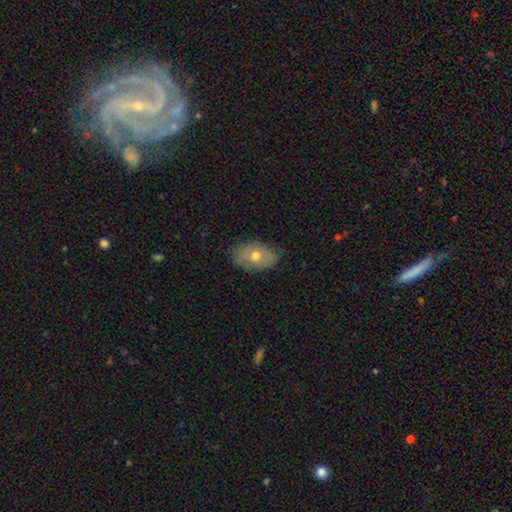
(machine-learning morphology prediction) A smooth galaxy with no disk features (61%) that is in between round and cigar-shaped (86%).

Vote fractions:
- Smooth or featured? smooth: 61% / featured or disk: 31% / star or artifact: 8%
- How rounded? in between: 86% / round: 13% / cigar-shaped: 2%
- Merging? none: 77% / minor disturbance: 18% / major disturbance: 4% / merger: 1%